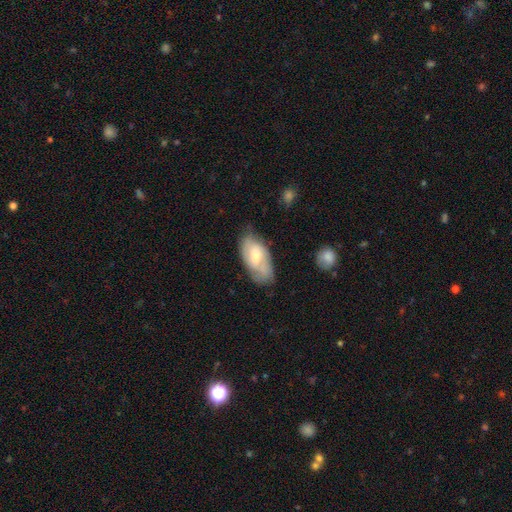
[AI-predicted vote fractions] Overall: featured or disk (49%; smooth 45%). Merging: none (60%; minor disturbance 29%).